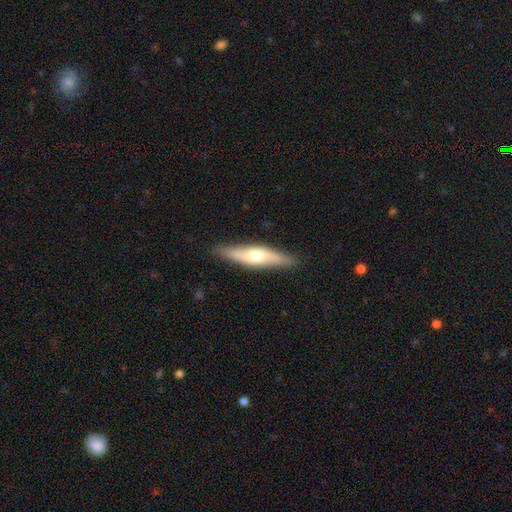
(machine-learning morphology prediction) The model was most divided on "smooth or featured": featured or disk: 53%, smooth: 41%, star or artifact: 6%. More confident: merging — none (87%); edge-on disk — yes (81%).